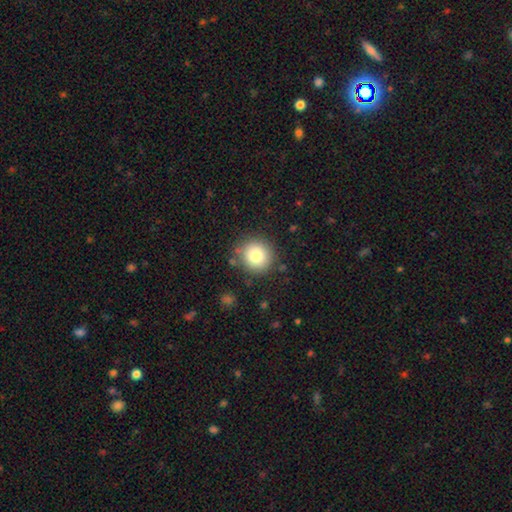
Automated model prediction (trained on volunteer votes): Smooth or featured? Predicted: smooth (p=0.80). How rounded? Predicted: round (p=0.92). Merging? Predicted: none (p=0.85).